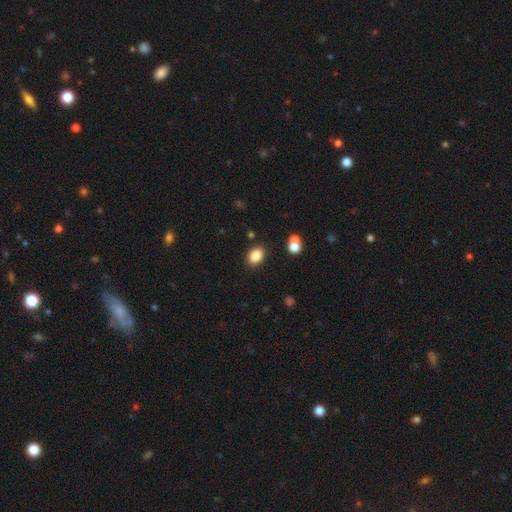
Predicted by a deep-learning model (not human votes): Q: Smooth or featured?
A: smooth (84%); runner-up: star or artifact (10%)
Q: How rounded?
A: in between (70%); runner-up: round (29%)
Q: Merging?
A: none (84%); runner-up: minor disturbance (9%)